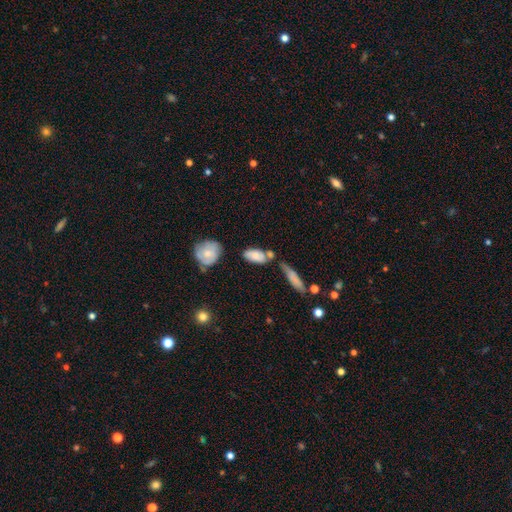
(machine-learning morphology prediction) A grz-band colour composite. It shows a smooth galaxy with no disk features (75%) that is in between round and cigar-shaped (86%). Merging: none (49%).